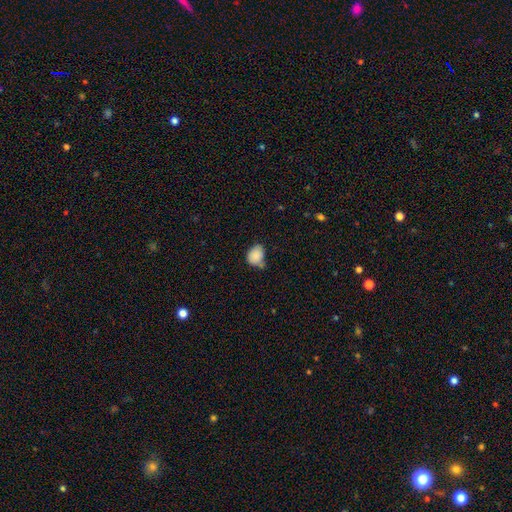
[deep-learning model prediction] The model was most divided on "how rounded": in between: 52%, round: 47%, cigar-shaped: 1%. Remaining: smooth or featured — smooth (85%); merging — none (49%).